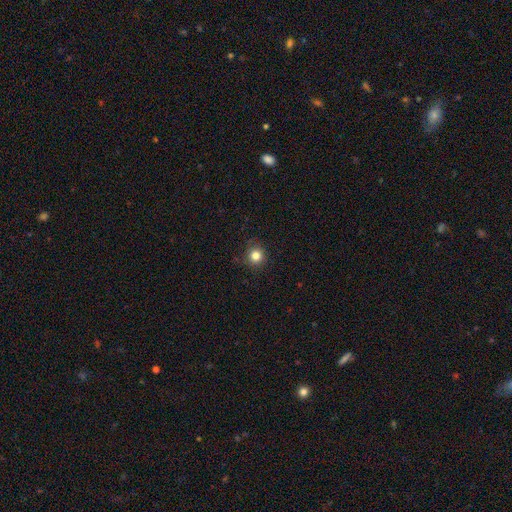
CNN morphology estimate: A smooth galaxy with no disk features (83%) that is round (93%).

Vote fractions:
- Smooth or featured? smooth: 83% / star or artifact: 12% / featured or disk: 5%
- How rounded? round: 93% / in between: 6% / cigar-shaped: 1%
- Merging? none: 87% / minor disturbance: 10% / major disturbance: 3% / merger: 1%